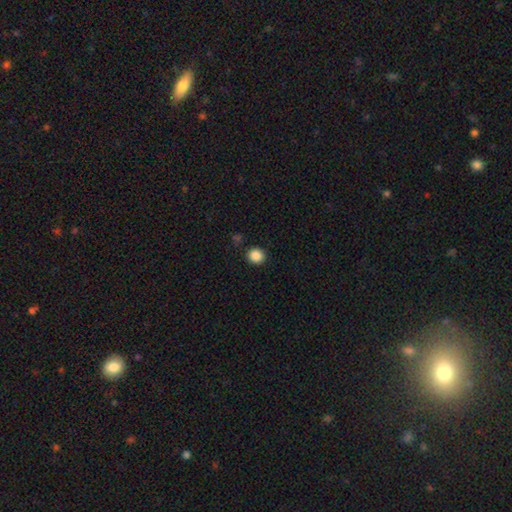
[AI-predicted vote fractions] smooth-or-featured: smooth: 87% | star or artifact: 10% | featured or disk: 3%
  how-rounded: round: 89% | in between: 10% | cigar-shaped: 1%
  merging: none: 91% | minor disturbance: 6% | major disturbance: 2% | merger: 2%